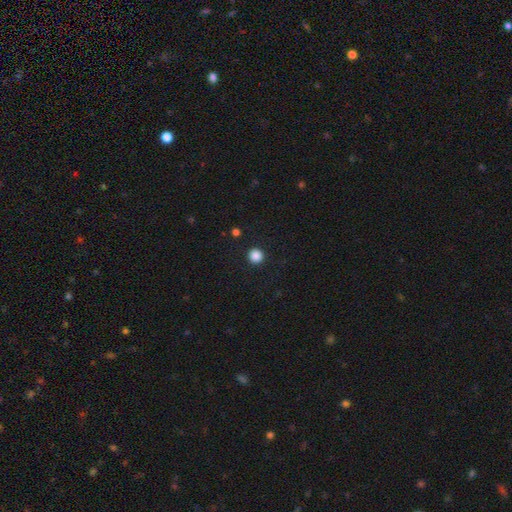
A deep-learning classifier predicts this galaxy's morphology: Q: Smooth or featured?
A: smooth (87%); runner-up: star or artifact (11%)
Q: How rounded?
A: round (95%); runner-up: in between (4%)
Q: Merging?
A: none (93%); runner-up: minor disturbance (4%)